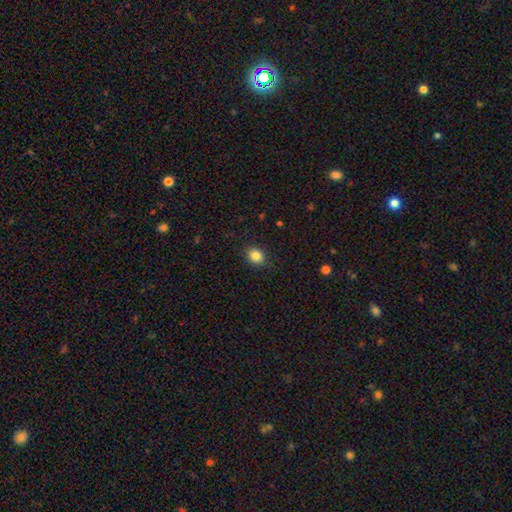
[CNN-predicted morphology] This is clearly a smooth galaxy (85%). How rounded: likely round (65%). Merging: clearly none (89%).